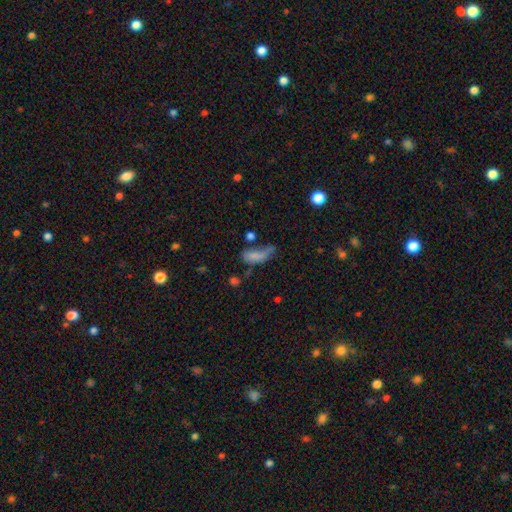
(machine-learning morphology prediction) The model was most divided on "merging": major disturbance: 34%, minor disturbance: 26%, none: 25%, merger: 16%. More confident: how rounded — in between (77%); smooth or featured — smooth (70%).